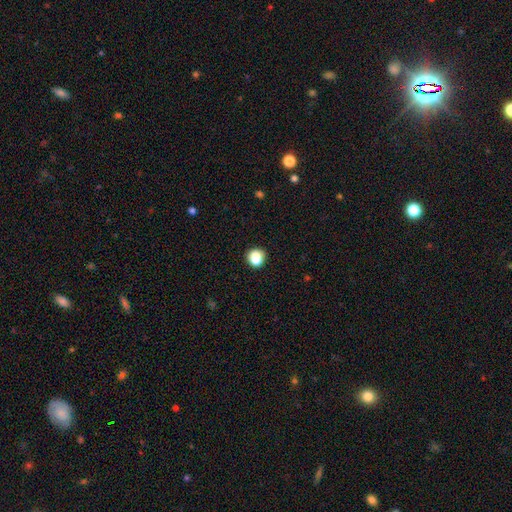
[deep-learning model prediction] This is likely a smooth galaxy (78%). How rounded: clearly round (84%). Merging: likely none (68%).